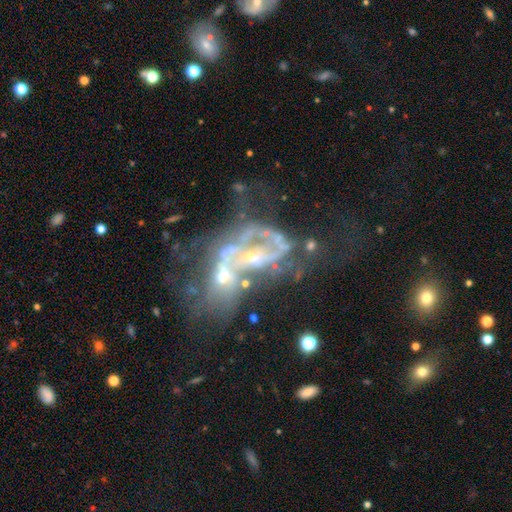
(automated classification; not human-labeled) This appears to be a featured or disk galaxy (76%) with no bar (70%), no spiral arms (51%) and a small central bulge (39%). Merging: merger (57%).